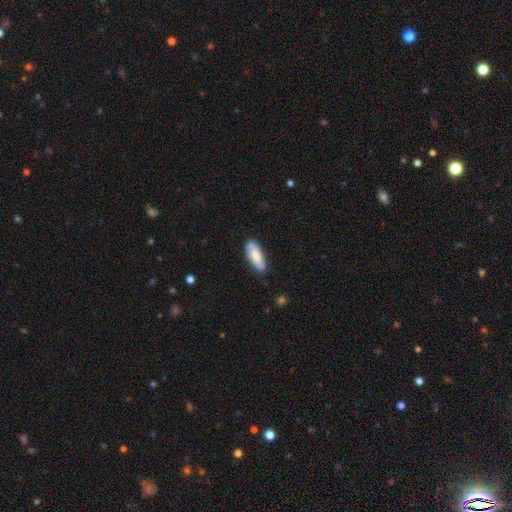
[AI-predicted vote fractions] This appears to be a smooth galaxy with no disk features (70%) that is in between round and cigar-shaped (65%). Merging: none (75%).